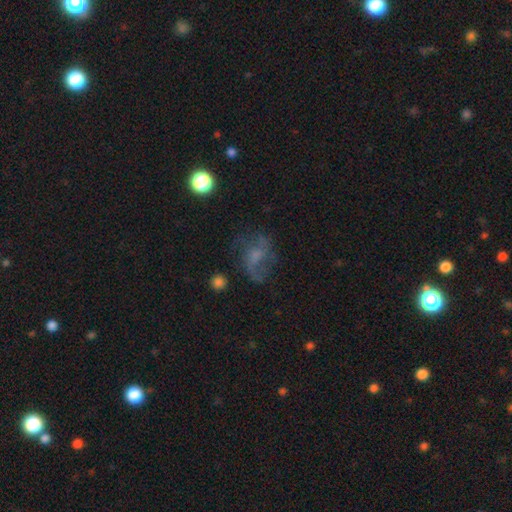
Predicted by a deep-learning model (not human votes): A featured or disk galaxy (58%) with no bar (60%), spiral arms (76%) and a small central bulge (36%). Merging: none (54%).